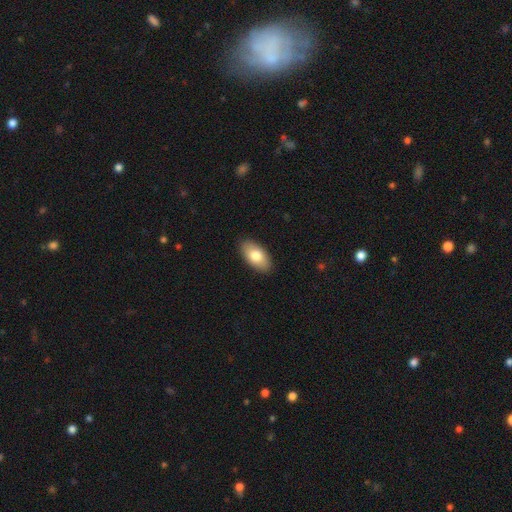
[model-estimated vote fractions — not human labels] smooth 79%, featured or disk 15%, star or artifact 6%. Down the decision tree: how rounded — in between (95%); merging — none (89%).